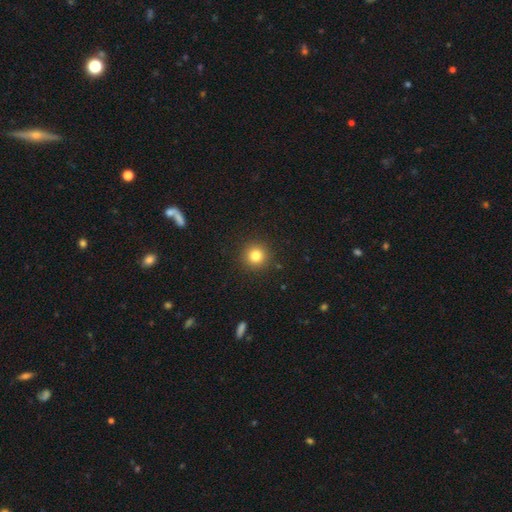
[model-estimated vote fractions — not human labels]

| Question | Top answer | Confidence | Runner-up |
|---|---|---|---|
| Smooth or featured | smooth | 81% | star or artifact (13%) |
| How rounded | round | 95% | in between (4%) |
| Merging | none | 92% | minor disturbance (5%) |